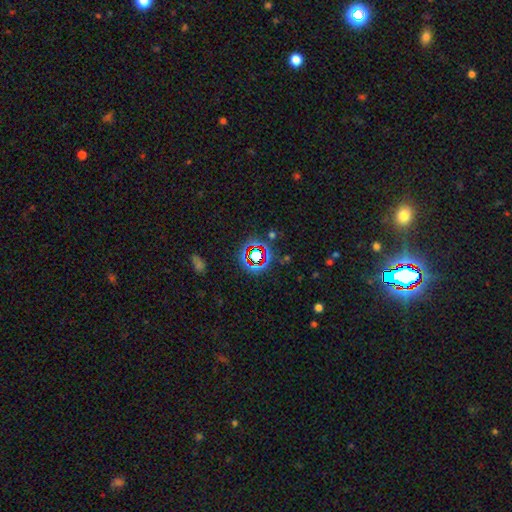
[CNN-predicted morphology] Smooth or featured?
  - star or artifact: 72% *
  - smooth: 17%
  - featured or disk: 11%